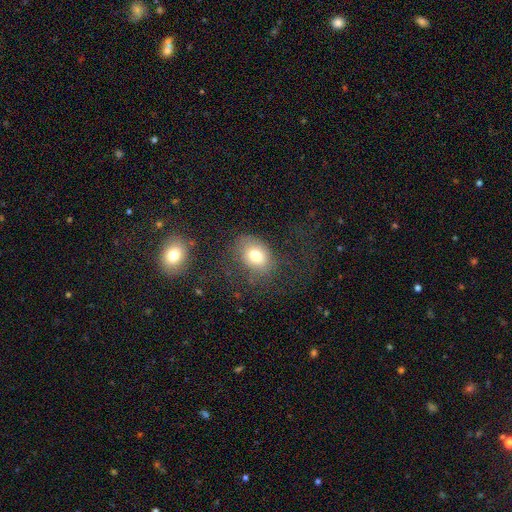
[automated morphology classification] The model was most divided on "how rounded": in between: 64%, round: 34%, cigar-shaped: 1%. More confident: smooth or featured — smooth (74%); merging — none (60%).